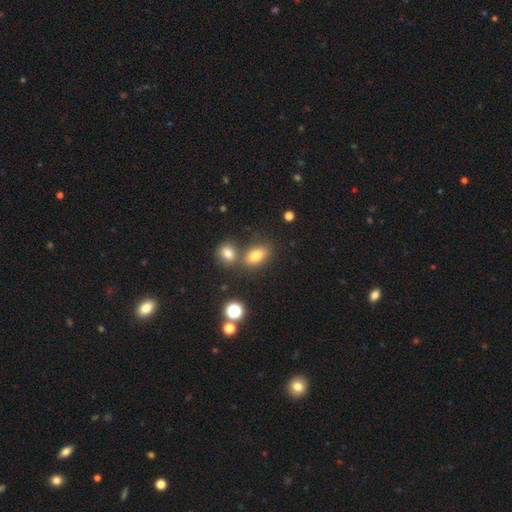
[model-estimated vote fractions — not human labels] Smooth or featured?
  - smooth: 77% *
  - star or artifact: 13%
  - featured or disk: 10%
How rounded?
  - in between: 79% *
  - round: 19%
  - cigar-shaped: 2%
Merging?
  - none: 60% *
  - merger: 25%
  - minor disturbance: 11%
  - major disturbance: 4%